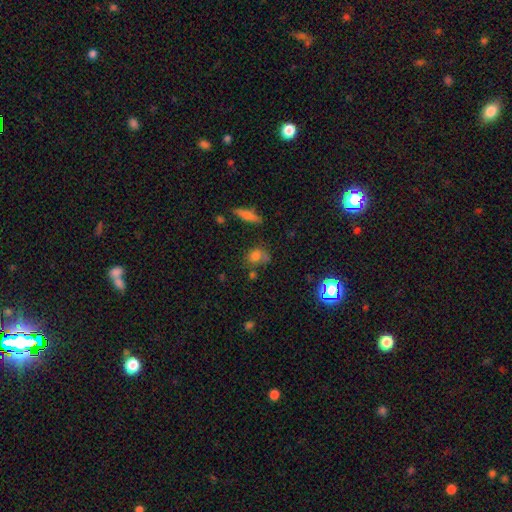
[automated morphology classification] A smooth galaxy with no disk features (69%) that is in between round and cigar-shaped (49%). Merging: none (49%).